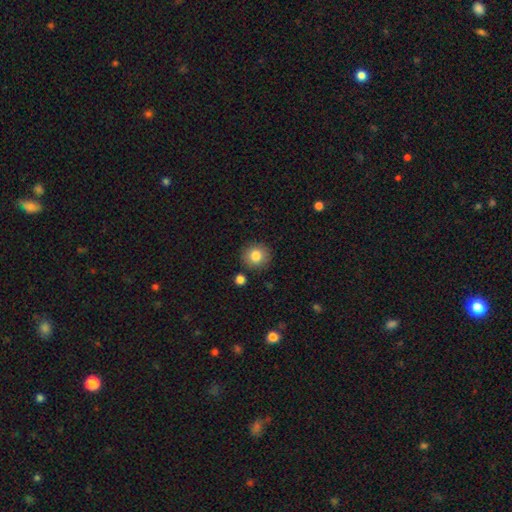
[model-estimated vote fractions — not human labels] Overall: smooth (82%). How rounded: round (89%). Merging: none (87%).